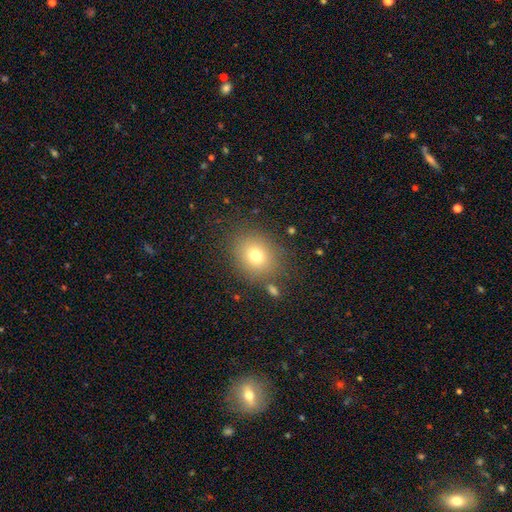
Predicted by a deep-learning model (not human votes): Morphology: type=smooth (73%); roundness=round (67%); merging=none (81%).